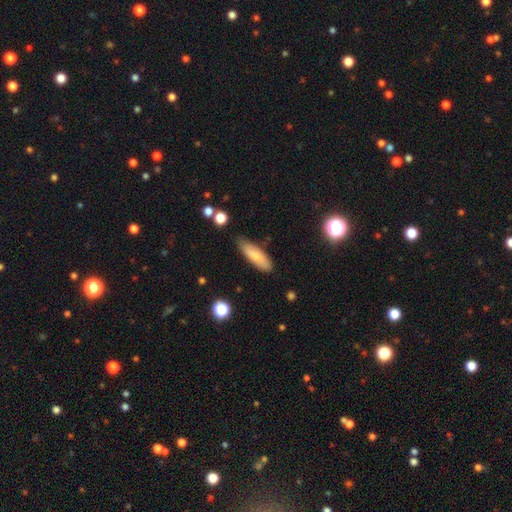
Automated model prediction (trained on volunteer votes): Smooth or featured? smooth (78%)
How rounded? cigar-shaped (52%)
Merging? none (79%)